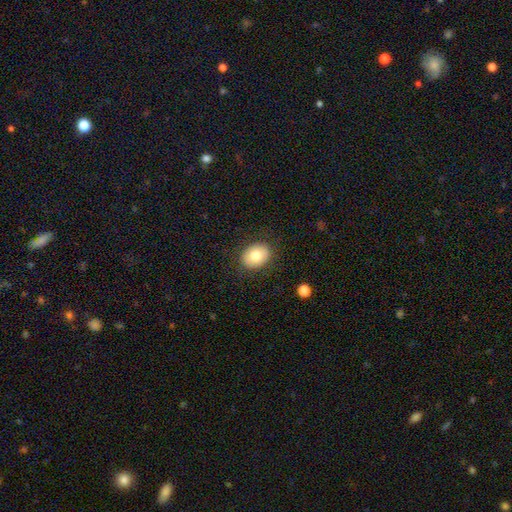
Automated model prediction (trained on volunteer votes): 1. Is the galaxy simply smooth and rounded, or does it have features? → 79% smooth, 13% featured or disk, 8% star or artifact.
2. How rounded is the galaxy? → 62% in between, 38% round, 1% cigar-shaped.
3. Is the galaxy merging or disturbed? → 86% none, 10% minor disturbance, 3% major disturbance, 1% merger.